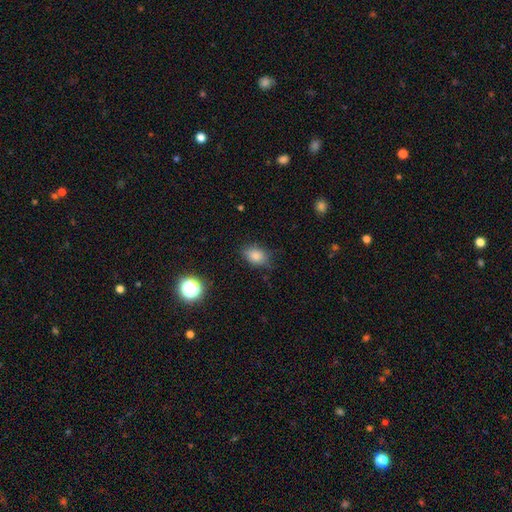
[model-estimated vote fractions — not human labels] smooth_or_featured: smooth (p=0.83) [alt: star or artifact p=0.11]
how_rounded: in between (p=0.79) [alt: round p=0.20]
merging: none (p=0.77) [alt: minor disturbance p=0.18]